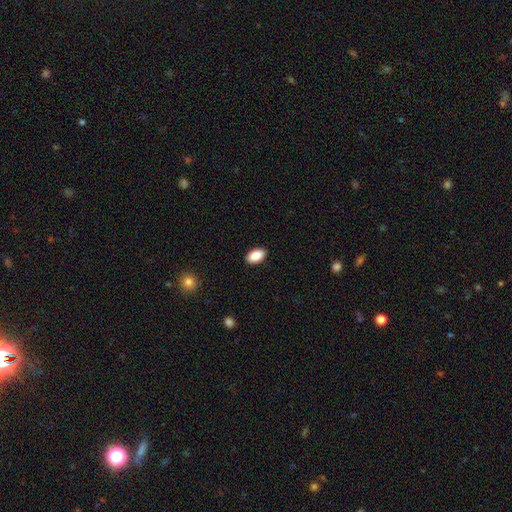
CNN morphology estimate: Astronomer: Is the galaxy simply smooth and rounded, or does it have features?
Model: smooth — 90%.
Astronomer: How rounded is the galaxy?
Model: in between — 94%.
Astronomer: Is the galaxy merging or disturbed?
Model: none — 90%.